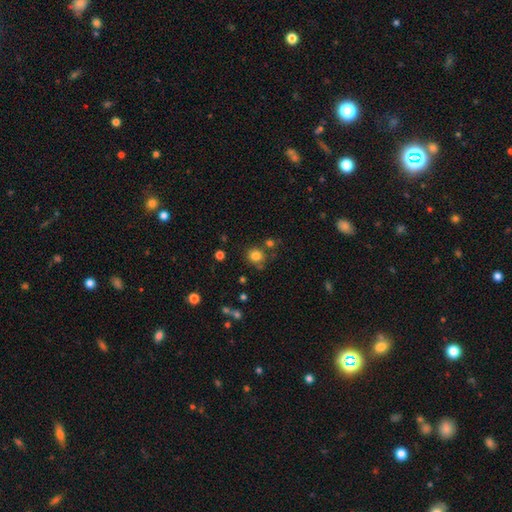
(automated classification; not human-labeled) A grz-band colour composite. It shows a smooth galaxy with no disk features (81%) that is round (87%). Merging: none (74%).